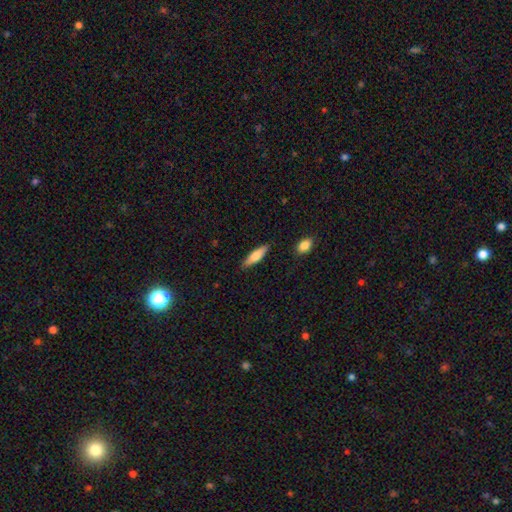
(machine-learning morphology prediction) type=smooth (71%); roundness=cigar-shaped (66%); merging=none (85%).